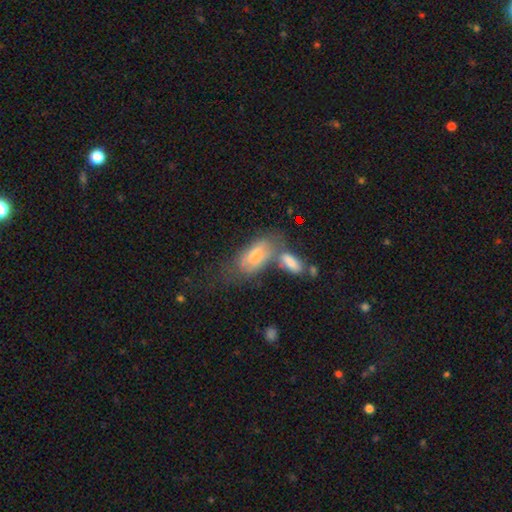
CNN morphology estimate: A smooth galaxy with no disk features (67%) that is in between round and cigar-shaped (88%). Merging: merger (40%).